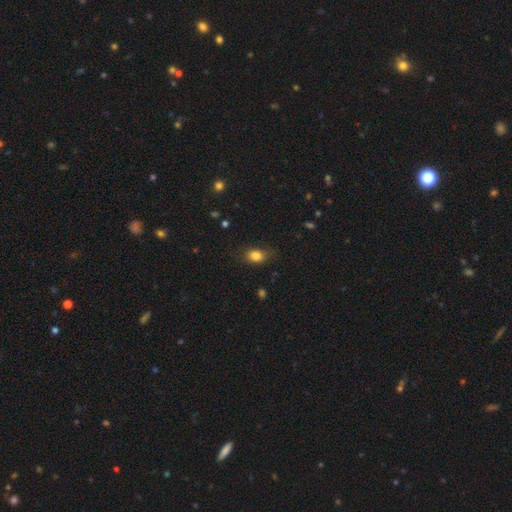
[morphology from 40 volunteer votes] Q: Smooth or featured?
A: smooth (92%); runner-up: featured or disk (5%)
Q: How rounded?
A: in between (73%); runner-up: round (27%)
Q: Merging?
A: none (82%); runner-up: minor disturbance (15%)